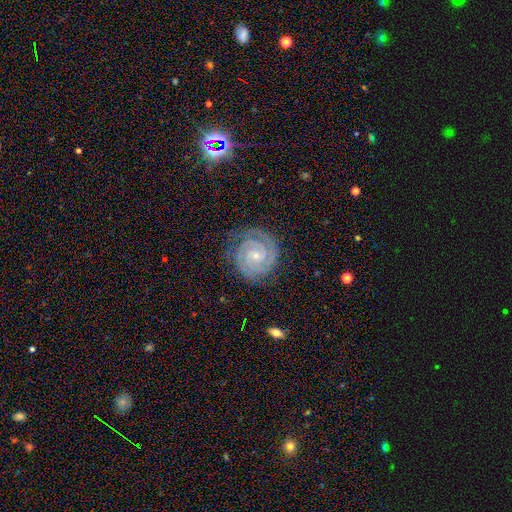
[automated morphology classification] smooth-or-featured: featured or disk: 92% | star or artifact: 5% | smooth: 4%
  disk-edge-on: no: 98% | yes: 2%
    bar: no: 63% | weak: 27% | strong: 10%
    has-spiral-arms: yes: 99% | no: 1%
      spiral-winding: tight: 86% | medium: 12% | loose: 1%
      spiral-arm-count: 2: 70% | 3: 15% | can't tell: 5% | 4: 4% | more than 4: 3% | 1: 3%
    bulge-size: small: 78% | moderate: 18% | none: 2% | large: 1% | dominant: 1%
  merging: none: 81% | minor disturbance: 14% | major disturbance: 4% | merger: 1%